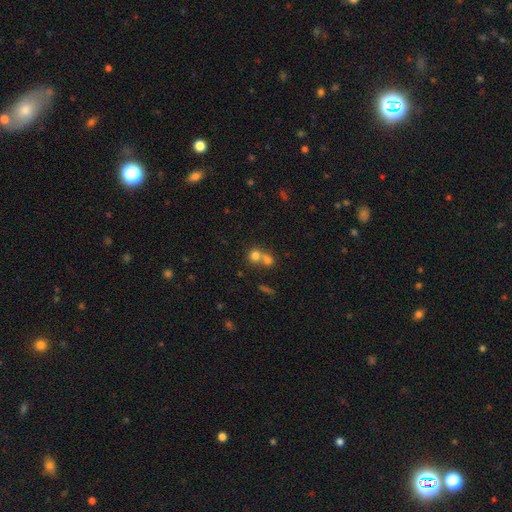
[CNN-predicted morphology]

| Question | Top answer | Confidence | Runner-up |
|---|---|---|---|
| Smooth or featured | smooth | 75% | star or artifact (13%) |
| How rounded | round | 82% | in between (17%) |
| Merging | merger | 57% | none (35%) |